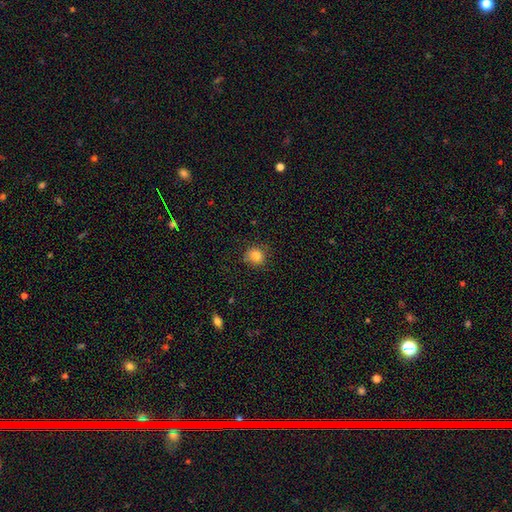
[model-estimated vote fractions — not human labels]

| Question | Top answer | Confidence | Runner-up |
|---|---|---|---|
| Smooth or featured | smooth | 83% | star or artifact (10%) |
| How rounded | round | 83% | in between (16%) |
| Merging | none | 81% | minor disturbance (14%) |